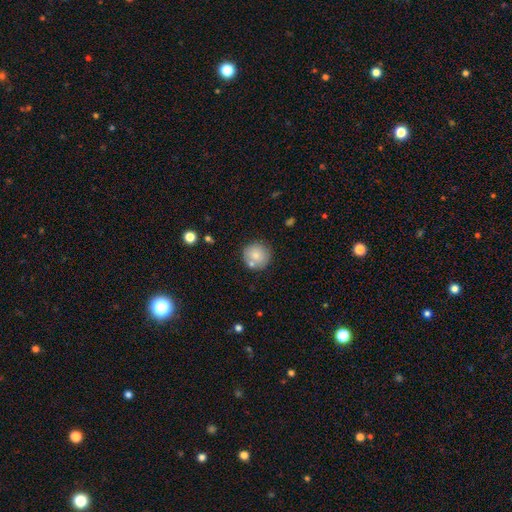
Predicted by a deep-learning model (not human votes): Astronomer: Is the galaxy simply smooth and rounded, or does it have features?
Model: smooth — 81%.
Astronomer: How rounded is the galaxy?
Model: round — 94%.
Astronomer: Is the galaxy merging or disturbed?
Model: none — 74%.